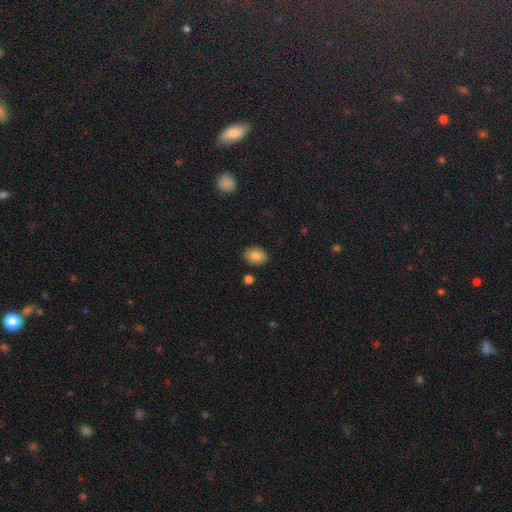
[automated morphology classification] Smooth or featured? smooth (79%)
How rounded? in between (68%)
Merging? none (86%)